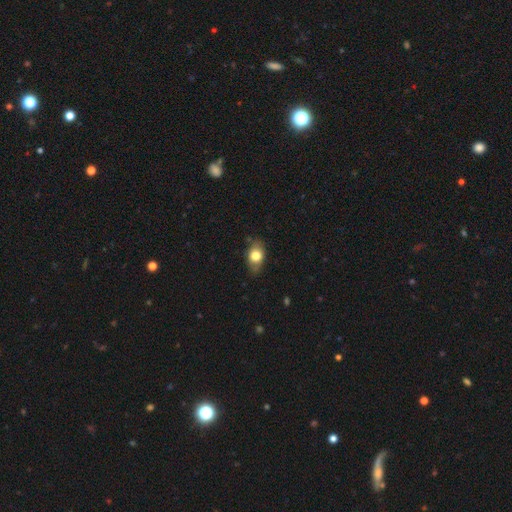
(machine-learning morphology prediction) type=smooth (73%); roundness=in between (81%); merging=none (75%).